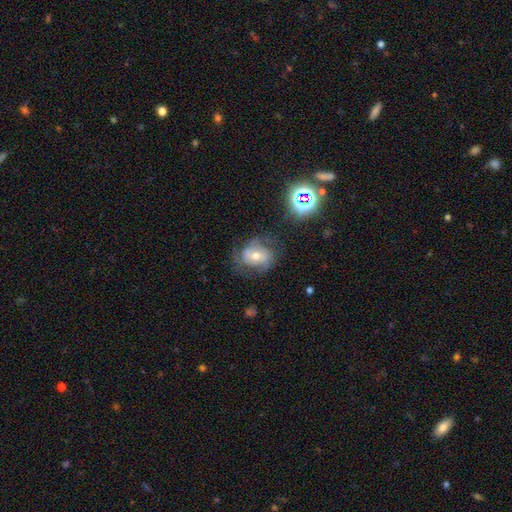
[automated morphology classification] This appears to be a featured or disk galaxy (56%) with no bar (53%), spiral arms (72%) and a moderate central bulge (65%). Merging: none (55%).